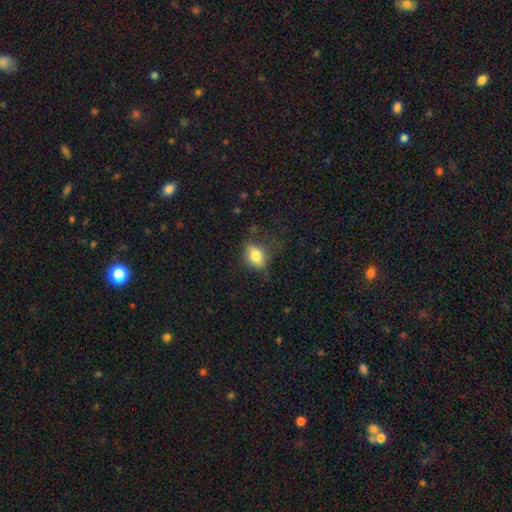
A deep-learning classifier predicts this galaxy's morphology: type=smooth (74%); roundness=in between (65%); merging=none (68%).